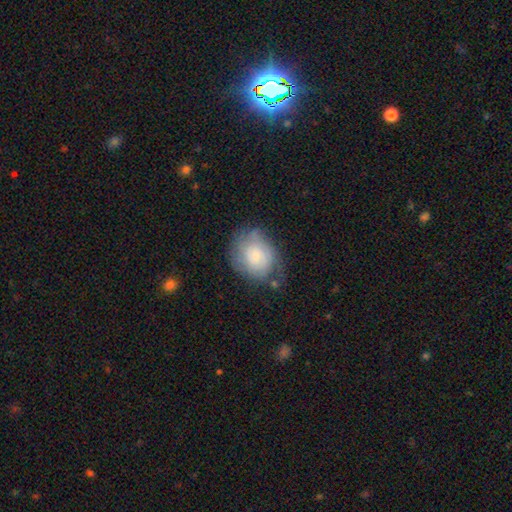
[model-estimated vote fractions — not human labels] The model was most divided on "how rounded": round: 53%, in between: 46%, cigar-shaped: 1%. More confident: smooth or featured — smooth (64%); merging — none (55%).